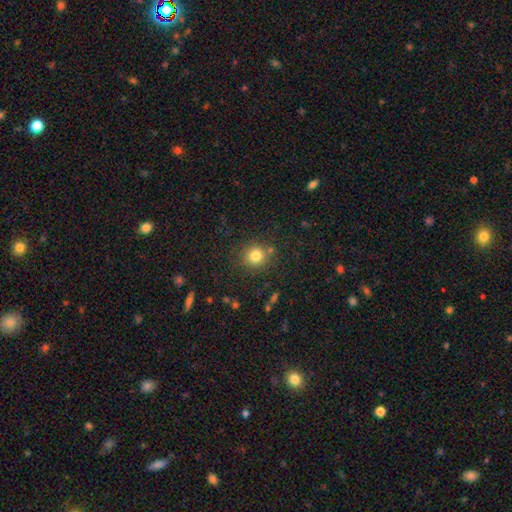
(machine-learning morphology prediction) This appears to be a smooth galaxy with no disk features (80%) that is round (90%). Merging: none (83%).